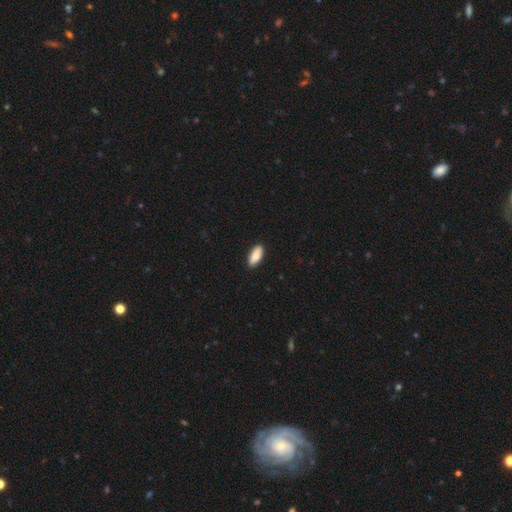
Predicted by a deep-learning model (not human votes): Smooth or featured: smooth — 87% (featured or disk — 7%)
How rounded: in between — 84% (cigar-shaped — 14%)
Merging: none — 89% (minor disturbance — 8%)